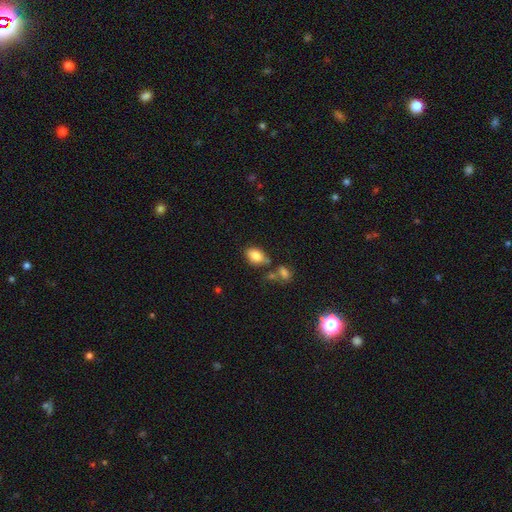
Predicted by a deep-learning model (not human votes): Smooth or featured? smooth (84%)
How rounded? in between (87%)
Merging? none (65%)